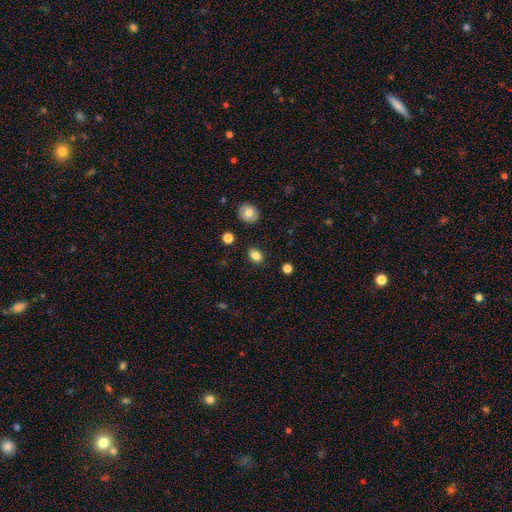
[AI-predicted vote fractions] smooth_or_featured: smooth (p=0.84) [alt: star or artifact p=0.10]
how_rounded: in between (p=0.72) [alt: round p=0.27]
merging: none (p=0.87) [alt: minor disturbance p=0.09]